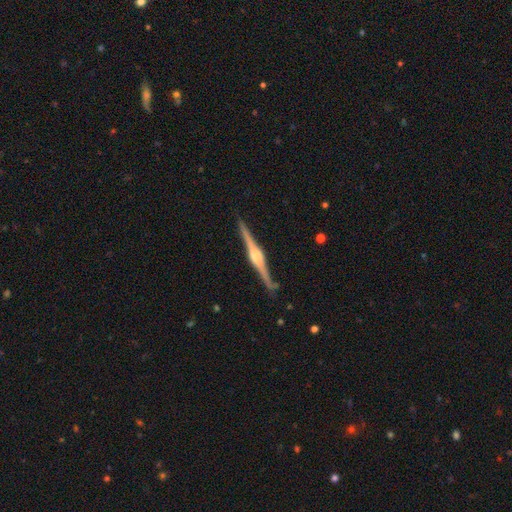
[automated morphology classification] Q: Smooth or featured?
A: featured or disk (87%); runner-up: smooth (8%)
Q: Edge-on disk?
A: yes (98%); runner-up: no (2%)
Q: Edge-on bulge?
A: rounded (75%); runner-up: boxy (21%)
Q: Merging?
A: none (88%); runner-up: minor disturbance (8%)